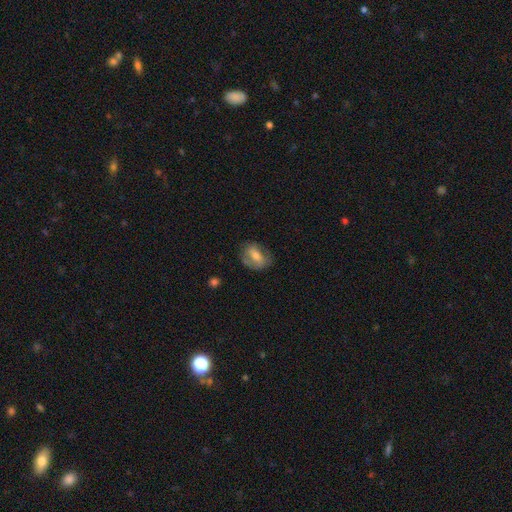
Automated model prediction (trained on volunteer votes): This is possibly a smooth galaxy (53%). How rounded: likely in between (71%). Merging: likely none (66%).